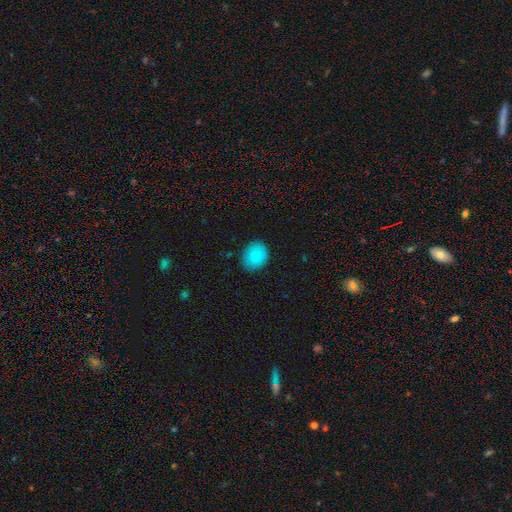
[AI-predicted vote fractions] smooth 88%, star or artifact 7%, featured or disk 5%. Down the decision tree: how rounded — round (54%); merging — none (82%).